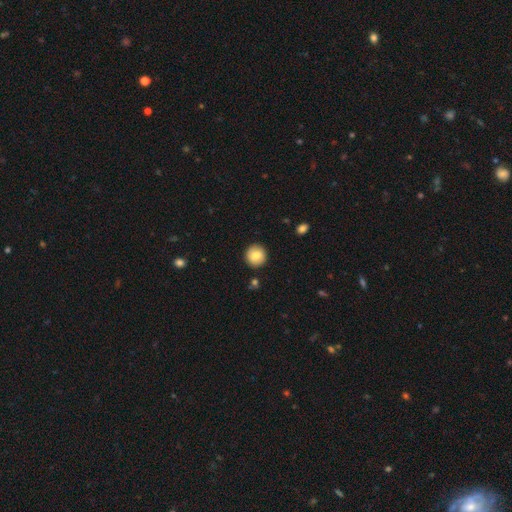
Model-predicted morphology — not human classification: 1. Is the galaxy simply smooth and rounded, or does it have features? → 81% smooth, 11% featured or disk, 8% star or artifact.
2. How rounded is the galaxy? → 93% round, 6% in between, 1% cigar-shaped.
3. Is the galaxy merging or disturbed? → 90% none, 7% minor disturbance, 2% major disturbance, 2% merger.